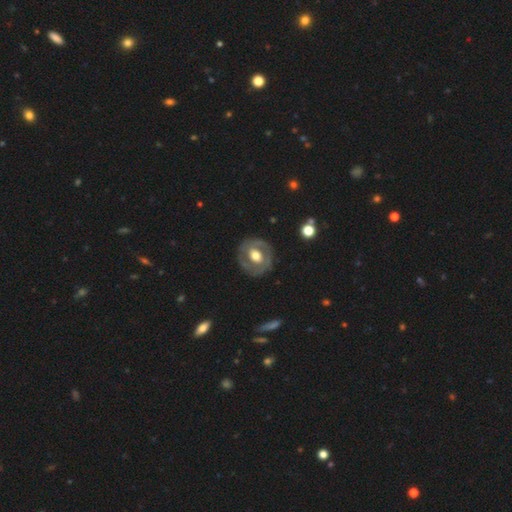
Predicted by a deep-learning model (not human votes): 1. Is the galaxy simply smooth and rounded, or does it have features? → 62% featured or disk, 33% smooth, 5% star or artifact.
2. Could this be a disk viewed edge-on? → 96% no, 4% yes.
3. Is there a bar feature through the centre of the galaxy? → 55% no, 30% weak, 15% strong.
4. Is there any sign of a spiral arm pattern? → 69% no, 31% yes.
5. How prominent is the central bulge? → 60% moderate, 32% large, 5% small, 2% dominant, 1% none.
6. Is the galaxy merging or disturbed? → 82% none, 12% minor disturbance, 5% major disturbance, 1% merger.